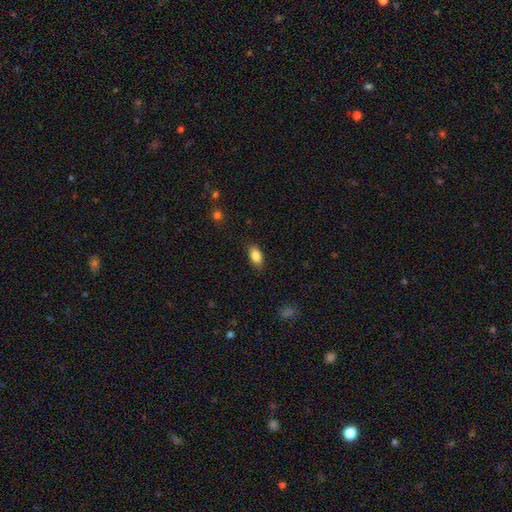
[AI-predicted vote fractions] Smooth or featured: smooth — 86% (star or artifact — 8%)
How rounded: in between — 90% (round — 6%)
Merging: none — 85% (minor disturbance — 11%)